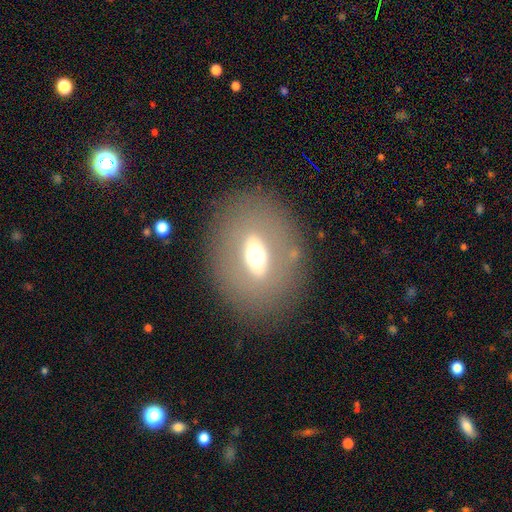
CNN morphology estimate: smooth-or-featured: featured or disk: 46% | smooth: 43% | star or artifact: 11%
  merging: none: 82% | minor disturbance: 10% | major disturbance: 7% | merger: 2%